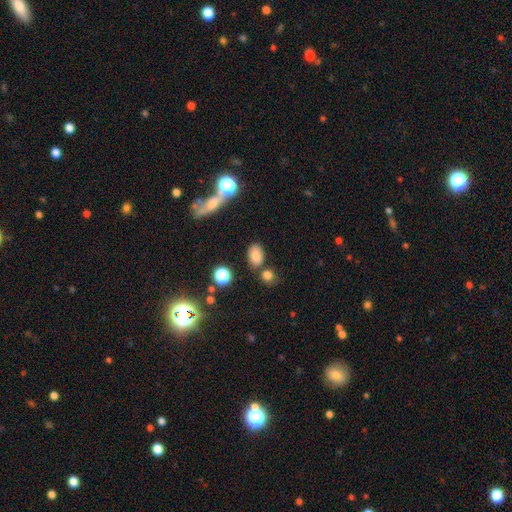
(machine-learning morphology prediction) Overall: smooth (78%). How rounded: in between (84%). Merging: none (72%).